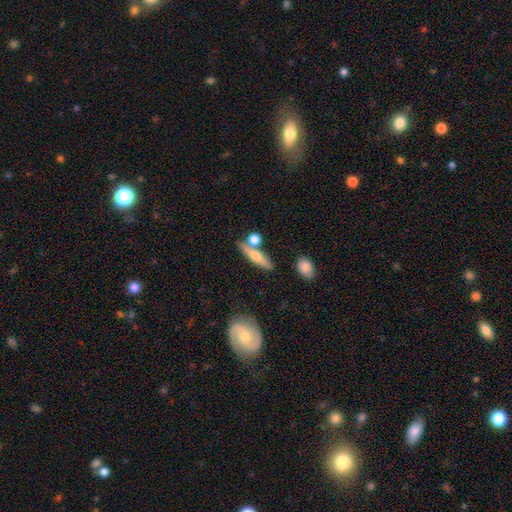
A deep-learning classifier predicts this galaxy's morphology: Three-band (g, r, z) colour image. It shows a smooth galaxy with no disk features (50%). Merging: none (70%).